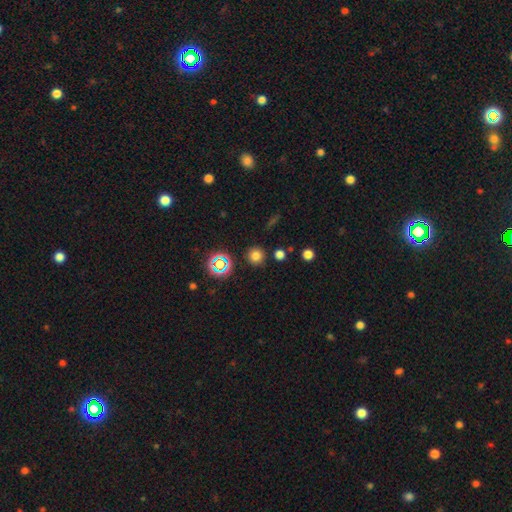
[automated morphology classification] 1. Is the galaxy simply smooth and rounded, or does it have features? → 75% smooth, 19% star or artifact, 6% featured or disk.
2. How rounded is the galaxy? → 93% round, 6% in between, 1% cigar-shaped.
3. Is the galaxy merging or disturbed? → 86% none, 7% minor disturbance, 4% merger, 3% major disturbance.